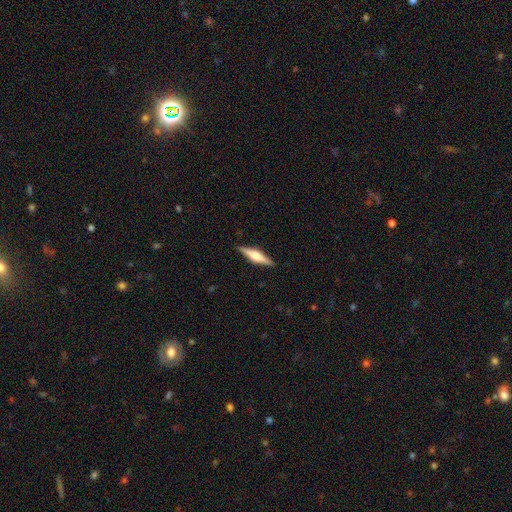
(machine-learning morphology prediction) featured or disk 63%, smooth 32%, star or artifact 5%. Down the decision tree: edge-on disk — yes (97%); edge-on bulge — rounded (84%); merging — none (90%).